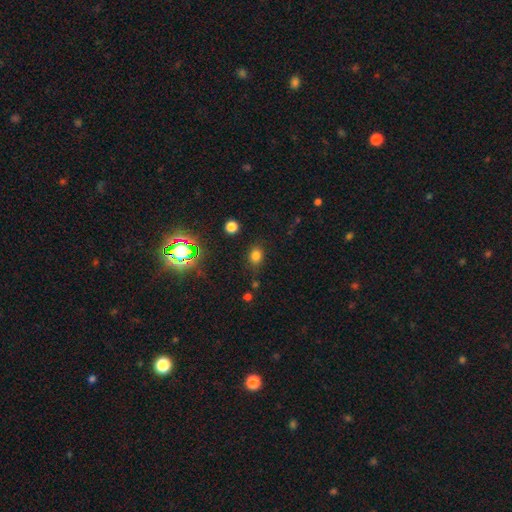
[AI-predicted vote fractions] Q: Smooth or featured?
A: smooth (75%); runner-up: star or artifact (19%)
Q: How rounded?
A: in between (51%); runner-up: round (47%)
Q: Merging?
A: none (78%); runner-up: minor disturbance (14%)